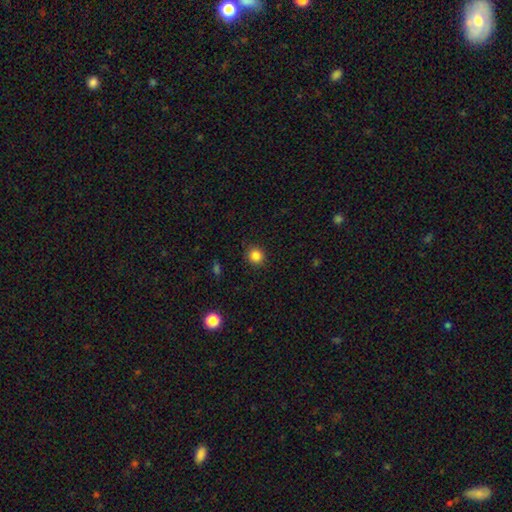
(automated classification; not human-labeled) Smooth or featured? Predicted: smooth (p=0.84). How rounded? Predicted: round (p=0.91). Merging? Predicted: none (p=0.91).